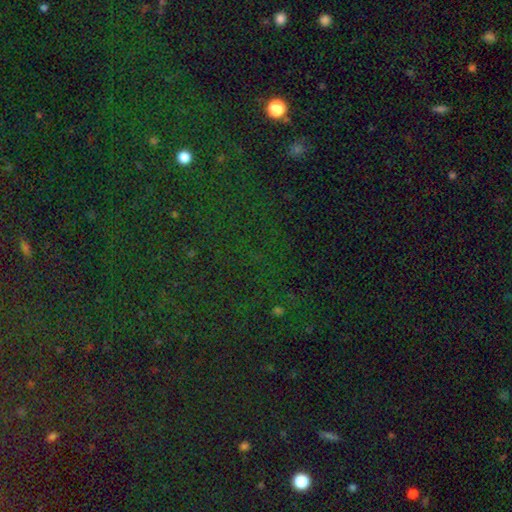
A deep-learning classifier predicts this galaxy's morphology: A star or artifact, not a galaxy (79%).

Vote fractions:
- Smooth or featured? star or artifact: 79% / smooth: 13% / featured or disk: 8%